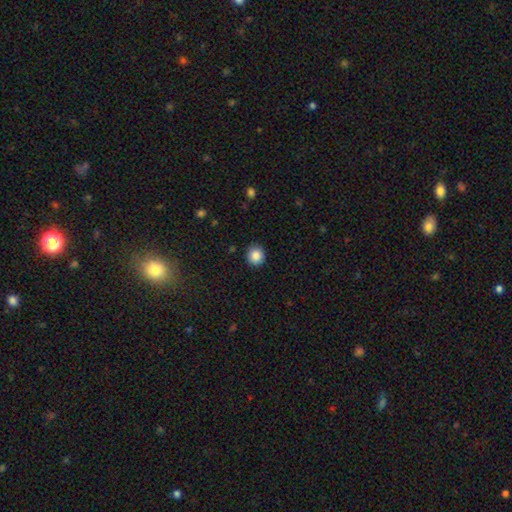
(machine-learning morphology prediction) Smooth or featured?
  - smooth: 86% *
  - star or artifact: 9%
  - featured or disk: 5%
How rounded?
  - round: 88% *
  - in between: 11%
  - cigar-shaped: 1%
Merging?
  - none: 90% *
  - minor disturbance: 7%
  - major disturbance: 2%
  - merger: 1%